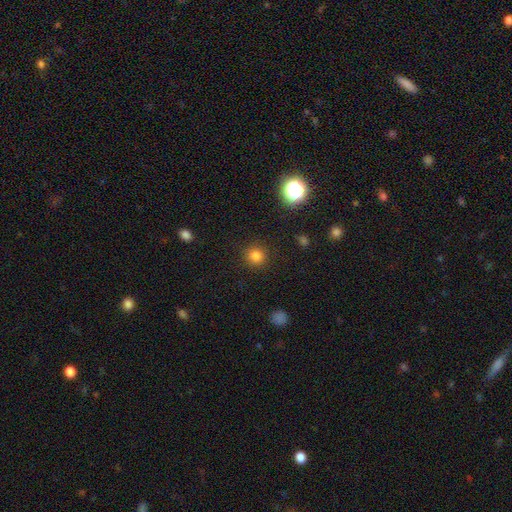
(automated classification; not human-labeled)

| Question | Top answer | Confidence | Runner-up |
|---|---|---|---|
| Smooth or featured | smooth | 81% | star or artifact (15%) |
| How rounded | round | 92% | in between (7%) |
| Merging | none | 89% | minor disturbance (6%) |